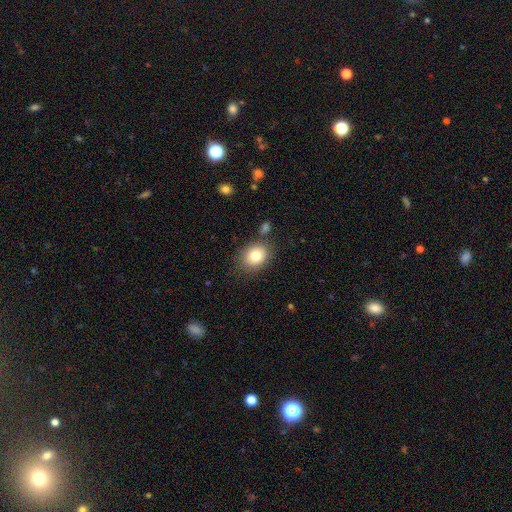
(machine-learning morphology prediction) The model was most divided on "how rounded": round: 51%, in between: 48%, cigar-shaped: 1%. More confident: smooth or featured — smooth (80%); merging — none (79%).